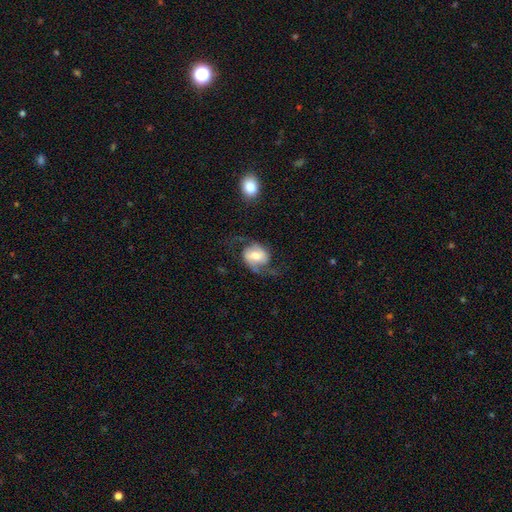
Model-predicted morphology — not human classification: Smooth or featured?
  - featured or disk: 70% *
  - smooth: 23%
  - star or artifact: 7%
Edge-on disk?
  - no: 97% *
  - yes: 3%
Bar?
  - no: 43% *
  - weak: 40%
  - strong: 18%
Spiral arms?
  - yes: 92% *
  - no: 8%
Spiral winding?
  - loose: 55% *
  - medium: 36%
  - tight: 9%
Spiral arm count?
  - 2: 90% *
  - 1: 4%
  - can't tell: 3%
  - 3: 1%
  - 4: 1%
  - more than 4: 1%
Bulge size?
  - moderate: 49% *
  - large: 22%
  - small: 20%
  - dominant: 6%
  - none: 4%
Merging?
  - none: 60% *
  - major disturbance: 20%
  - minor disturbance: 17%
  - merger: 3%